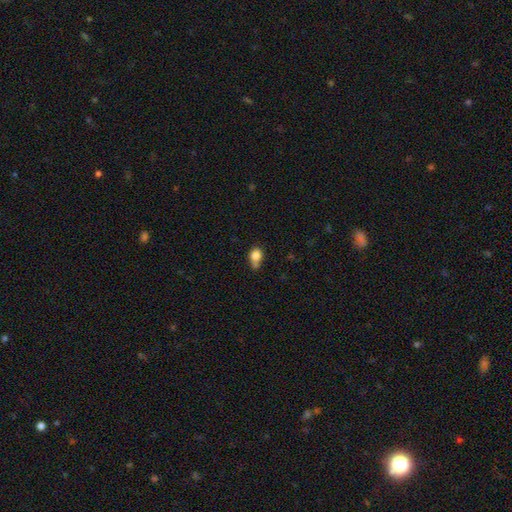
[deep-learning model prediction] A smooth galaxy with no disk features (82%) that is round (59%).

Vote fractions:
- Smooth or featured? smooth: 82% / star or artifact: 10% / featured or disk: 7%
- How rounded? round: 59% / in between: 40% / cigar-shaped: 1%
- Merging? none: 46% / merger: 25% / minor disturbance: 22% / major disturbance: 7%